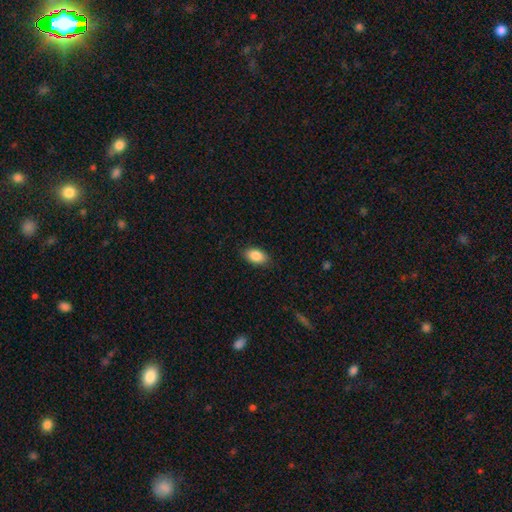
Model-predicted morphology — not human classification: Smooth or featured?
  - smooth: 87% *
  - star or artifact: 7%
  - featured or disk: 6%
How rounded?
  - in between: 91% *
  - round: 7%
  - cigar-shaped: 2%
Merging?
  - none: 86% *
  - minor disturbance: 10%
  - major disturbance: 2%
  - merger: 1%